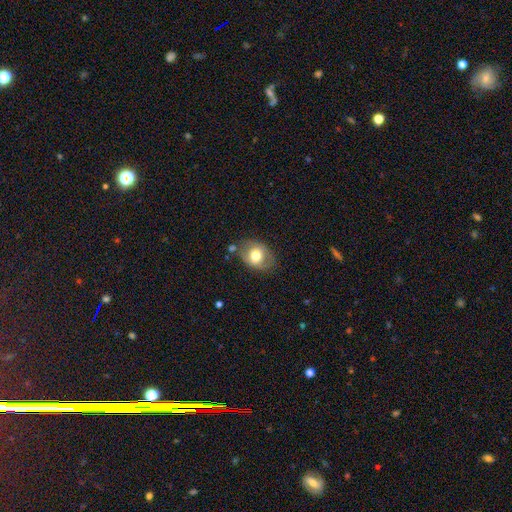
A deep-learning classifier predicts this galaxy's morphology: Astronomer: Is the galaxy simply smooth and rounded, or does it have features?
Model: smooth — 67%.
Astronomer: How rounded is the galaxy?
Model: in between — 62%.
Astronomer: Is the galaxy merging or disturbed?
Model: none — 68%.